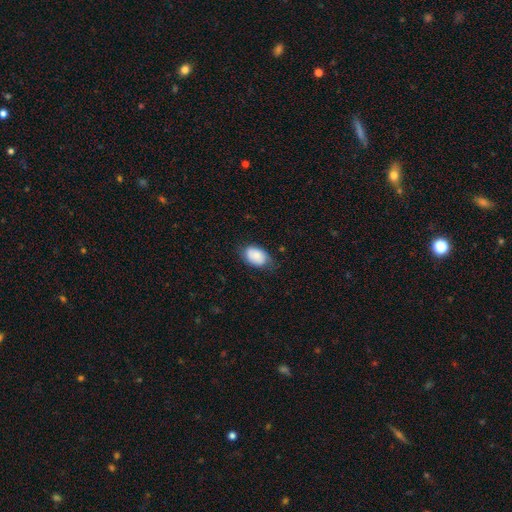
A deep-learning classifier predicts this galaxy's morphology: smooth 83%, featured or disk 10%, star or artifact 7%. Down the decision tree: how rounded — in between (87%); merging — none (68%).